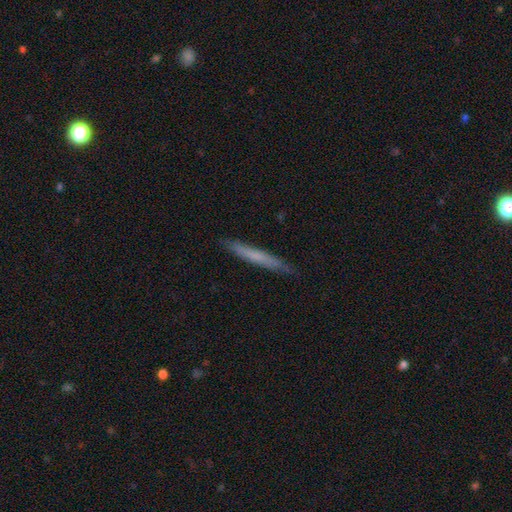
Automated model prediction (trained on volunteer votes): Smooth or featured?
  - smooth: 59% *
  - featured or disk: 35%
  - star or artifact: 6%
How rounded?
  - cigar-shaped: 96% *
  - in between: 3%
  - round: 1%
Merging?
  - none: 88% *
  - minor disturbance: 10%
  - major disturbance: 2%
  - merger: 1%